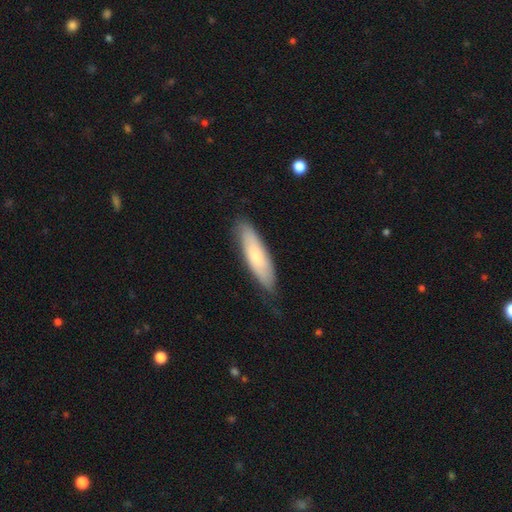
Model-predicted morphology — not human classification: This is likely a smooth galaxy (67%). How rounded: likely cigar-shaped (61%). Merging: likely none (76%).